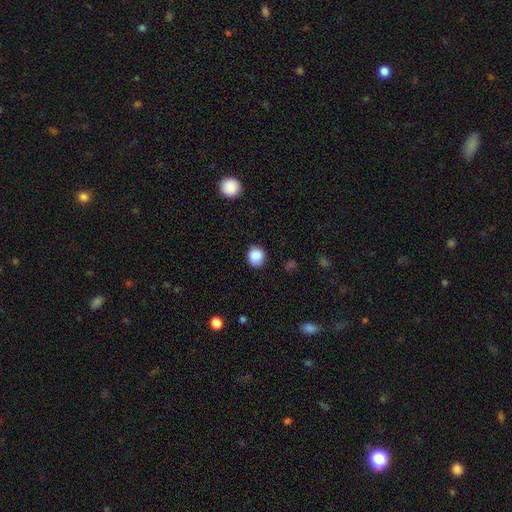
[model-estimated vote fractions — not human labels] The model was most divided on "how rounded": round: 79%, in between: 20%, cigar-shaped: 1%. More confident: smooth or featured — smooth (86%); merging — none (82%).